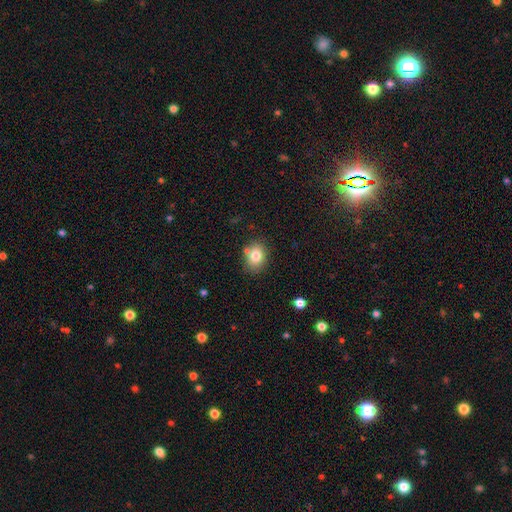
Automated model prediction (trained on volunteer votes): smooth-or-featured: smooth: 79% | featured or disk: 11% | star or artifact: 10%
  how-rounded: in between: 57% | round: 42% | cigar-shaped: 1%
  merging: none: 76% | minor disturbance: 14% | merger: 8% | major disturbance: 3%